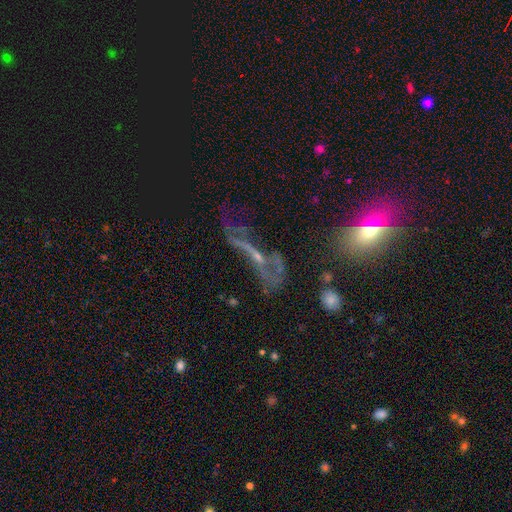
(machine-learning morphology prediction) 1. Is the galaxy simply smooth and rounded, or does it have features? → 55% featured or disk, 26% star or artifact, 19% smooth.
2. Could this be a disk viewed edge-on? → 75% no, 25% yes.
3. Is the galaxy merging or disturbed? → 43% none, 28% major disturbance, 17% minor disturbance, 12% merger.